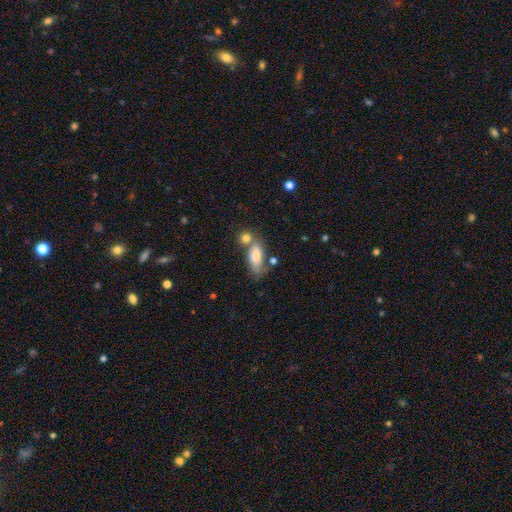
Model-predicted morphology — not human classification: A smooth galaxy with no disk features (79%) that is in between round and cigar-shaped (79%).

Vote fractions:
- Smooth or featured? smooth: 79% / featured or disk: 13% / star or artifact: 8%
- How rounded? in between: 79% / cigar-shaped: 16% / round: 4%
- Merging? none: 41% / merger: 30% / minor disturbance: 19% / major disturbance: 10%